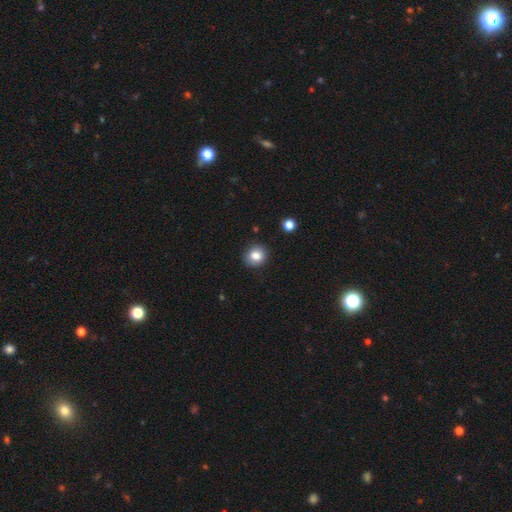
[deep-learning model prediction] Smooth or featured?
  - smooth: 82% *
  - star or artifact: 10%
  - featured or disk: 7%
How rounded?
  - round: 78% *
  - in between: 21%
  - cigar-shaped: 1%
Merging?
  - none: 89% *
  - minor disturbance: 7%
  - major disturbance: 2%
  - merger: 1%